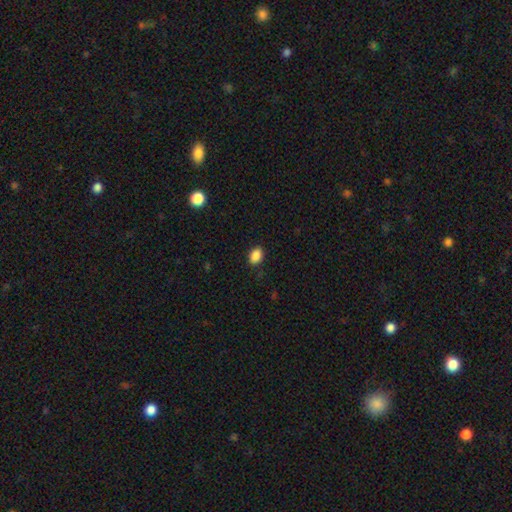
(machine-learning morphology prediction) The model was most divided on "how rounded": in between: 82%, round: 17%, cigar-shaped: 1%. More confident: smooth or featured — smooth (88%); merging — none (86%).